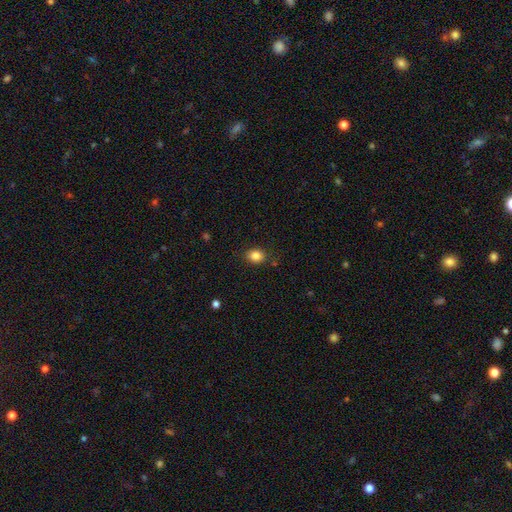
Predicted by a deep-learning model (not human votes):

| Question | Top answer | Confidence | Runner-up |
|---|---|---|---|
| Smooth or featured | smooth | 84% | star or artifact (11%) |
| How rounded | round | 58% | in between (41%) |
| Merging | none | 84% | minor disturbance (11%) |